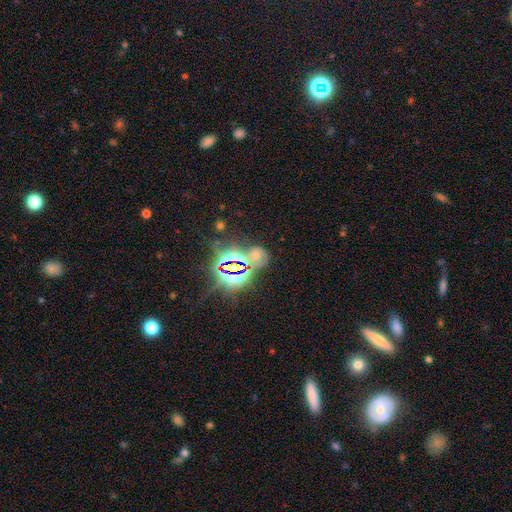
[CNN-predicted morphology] Smooth or featured?
  - star or artifact: 61% *
  - smooth: 27%
  - featured or disk: 12%